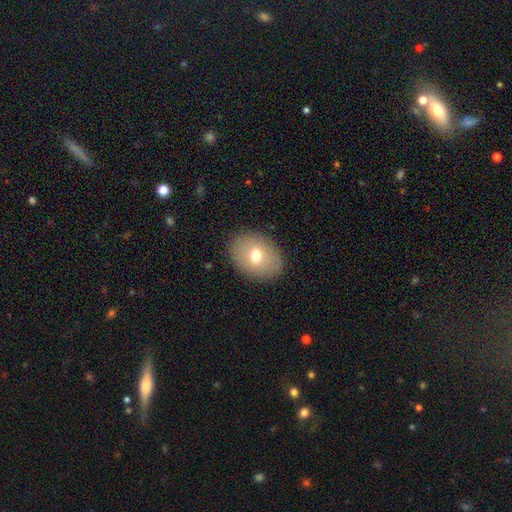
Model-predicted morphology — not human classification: This is likely a smooth galaxy (70%). How rounded: likely in between (63%). Merging: clearly none (87%).